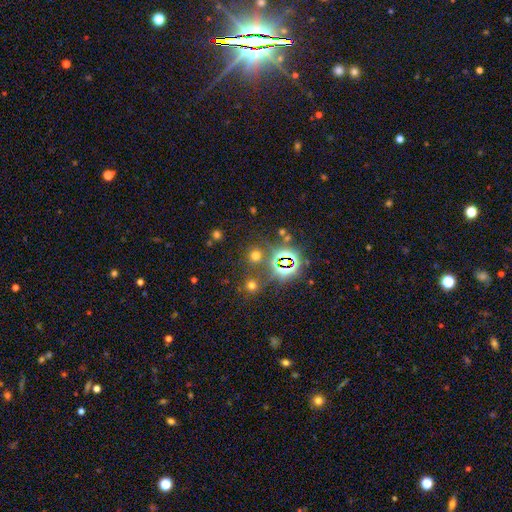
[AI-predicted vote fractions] The model was most divided on "smooth or featured": smooth: 51%, star or artifact: 42%, featured or disk: 7%. More confident: how rounded — round (89%); merging — none (80%).